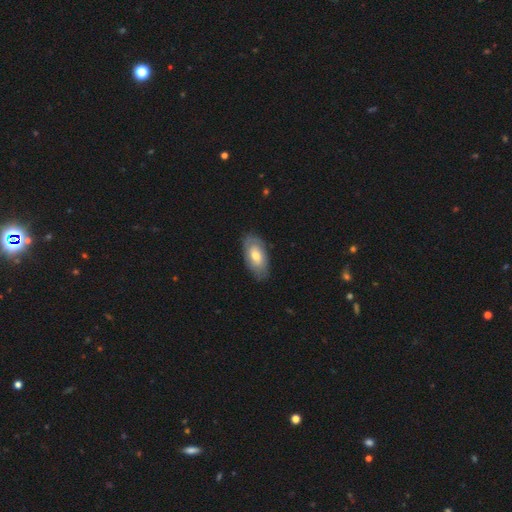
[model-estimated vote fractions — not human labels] A smooth galaxy with no disk features (52%) that is in between round and cigar-shaped (92%). Merging: none (78%).